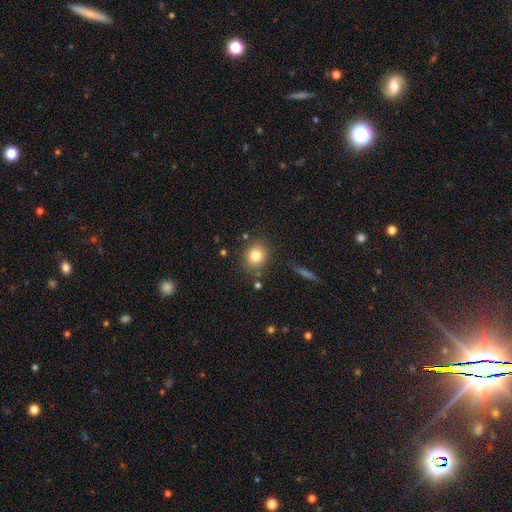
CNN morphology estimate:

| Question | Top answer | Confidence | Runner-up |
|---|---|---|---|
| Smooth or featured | smooth | 81% | star or artifact (10%) |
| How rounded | round | 75% | in between (24%) |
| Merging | none | 82% | minor disturbance (10%) |